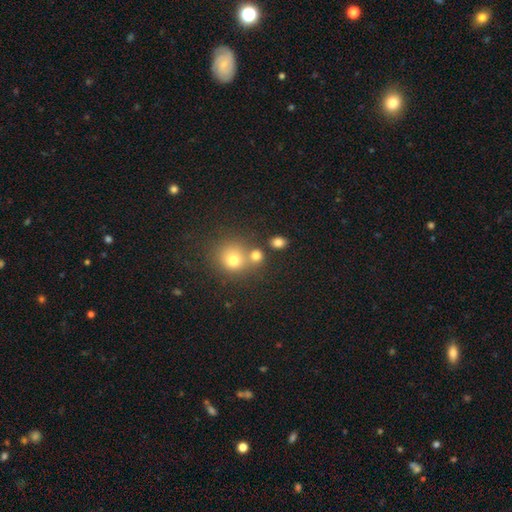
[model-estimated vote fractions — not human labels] Smooth or featured?
  - smooth: 76% *
  - star or artifact: 15%
  - featured or disk: 9%
How rounded?
  - round: 73% *
  - in between: 26%
  - cigar-shaped: 1%
Merging?
  - none: 61% *
  - merger: 27%
  - minor disturbance: 9%
  - major disturbance: 4%